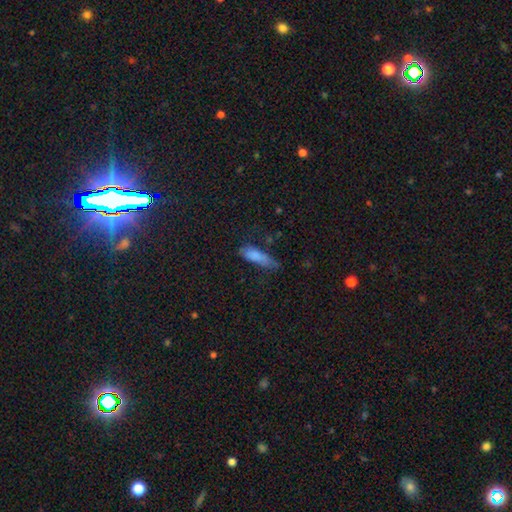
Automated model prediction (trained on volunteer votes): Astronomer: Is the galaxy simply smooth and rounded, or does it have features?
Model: smooth — 78%.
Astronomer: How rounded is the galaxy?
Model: in between — 53% (runner-up: cigar-shaped, 45%).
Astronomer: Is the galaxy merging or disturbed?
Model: none — 43% (runner-up: minor disturbance, 35%).